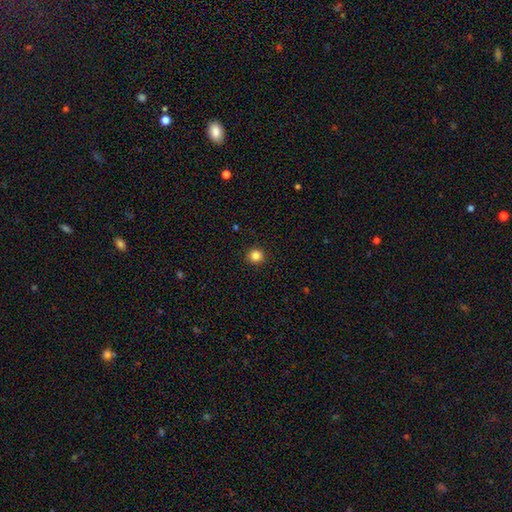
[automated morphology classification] A smooth galaxy with no disk features (84%) that is round (93%). Merging: none (93%).